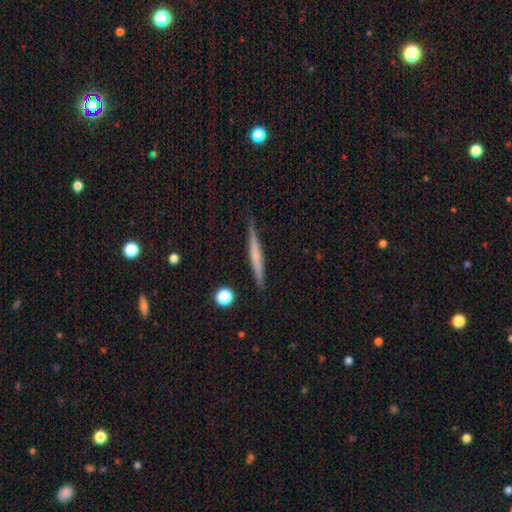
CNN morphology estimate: smooth 49%, featured or disk 45%, star or artifact 6%. Down the decision tree: merging — none (89%).